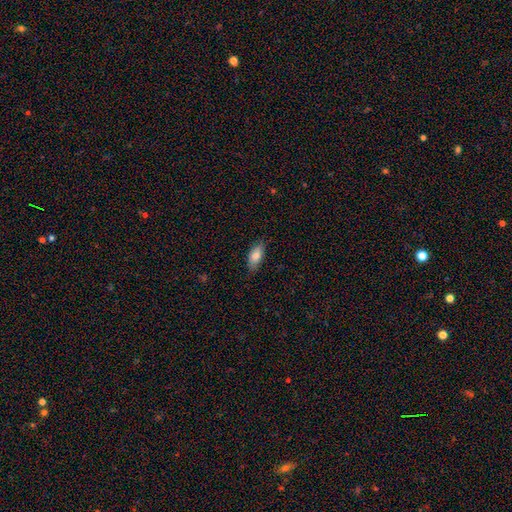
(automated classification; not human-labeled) Q: Smooth or featured?
A: smooth (81%); runner-up: featured or disk (12%)
Q: How rounded?
A: in between (86%); runner-up: cigar-shaped (12%)
Q: Merging?
A: none (81%); runner-up: minor disturbance (16%)